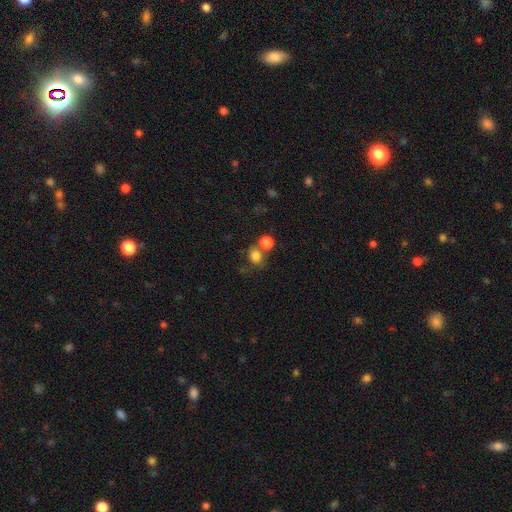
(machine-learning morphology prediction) This is clearly a smooth galaxy (80%). How rounded: likely round (65%). Merging: possibly none (55%).